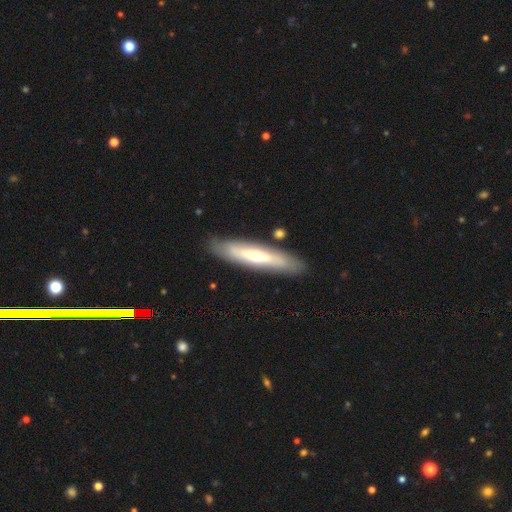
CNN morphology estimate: Overall: featured or disk (50%; smooth 42%). Merging: none (85%).